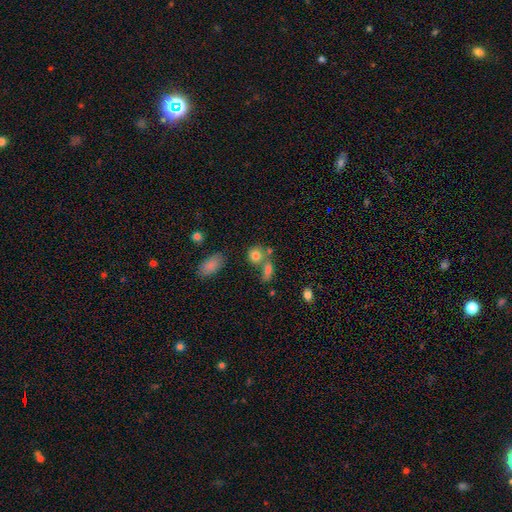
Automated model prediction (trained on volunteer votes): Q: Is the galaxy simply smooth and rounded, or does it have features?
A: smooth — 80%.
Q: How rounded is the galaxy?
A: round — 70%.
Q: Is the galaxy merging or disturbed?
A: none — 51%.